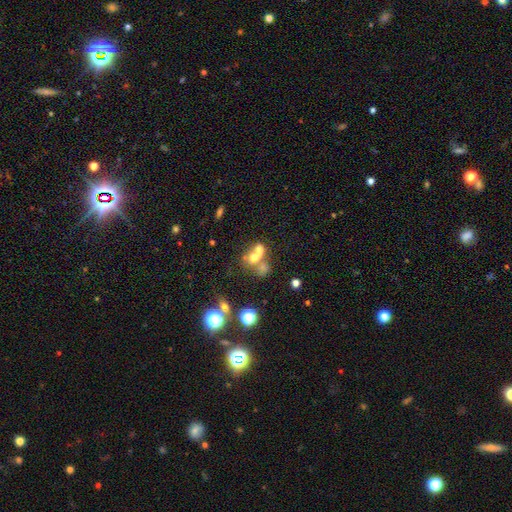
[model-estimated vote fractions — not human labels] Smooth or featured?
  - smooth: 56% *
  - featured or disk: 26%
  - star or artifact: 18%
How rounded?
  - round: 57% *
  - in between: 41%
  - cigar-shaped: 2%
Merging?
  - merger: 64% *
  - none: 22%
  - major disturbance: 7%
  - minor disturbance: 7%